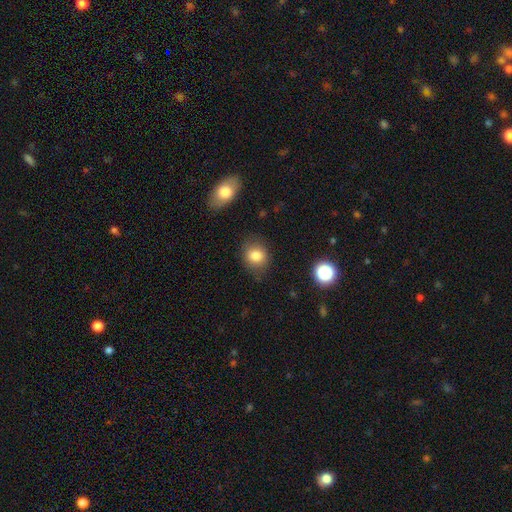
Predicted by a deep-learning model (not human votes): This appears to be a smooth galaxy with no disk features (82%) that is round (65%). Merging: none (77%).